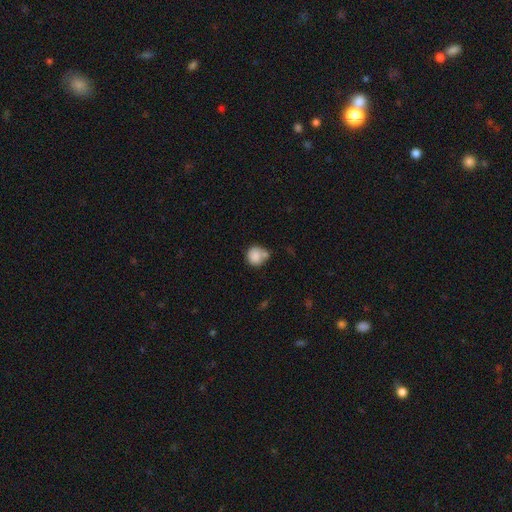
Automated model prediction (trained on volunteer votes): smooth 85%, star or artifact 8%, featured or disk 7%. Down the decision tree: how rounded — round (87%); merging — none (50%).